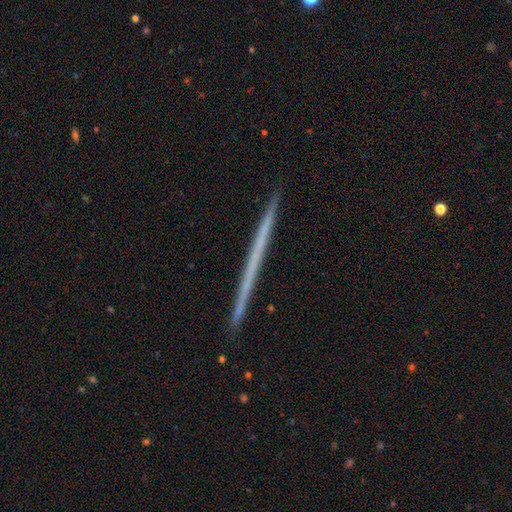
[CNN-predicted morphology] A featured or disk galaxy (56%) viewed edge-on (98%) with no central bulge (95%). Merging: none (92%).